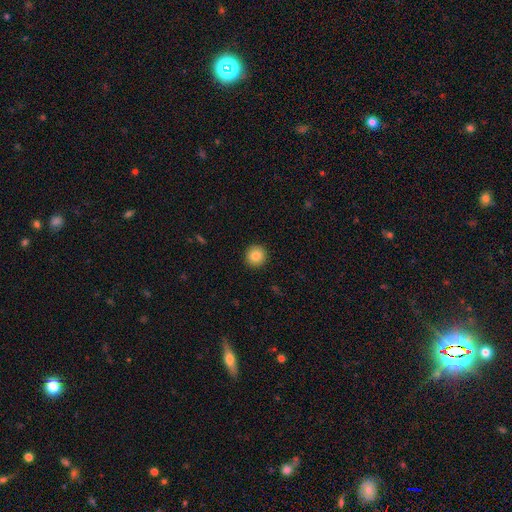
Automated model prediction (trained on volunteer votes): smooth-or-featured: smooth: 85% | star or artifact: 9% | featured or disk: 6%
  how-rounded: round: 95% | in between: 4% | cigar-shaped: 1%
  merging: none: 93% | minor disturbance: 5% | major disturbance: 2% | merger: 1%